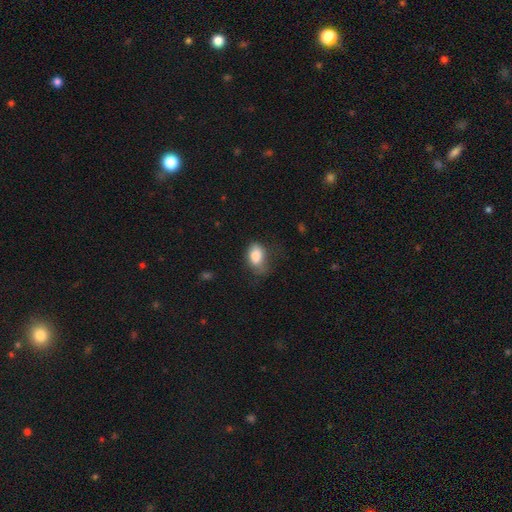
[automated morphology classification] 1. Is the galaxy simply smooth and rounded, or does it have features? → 82% smooth, 9% featured or disk, 8% star or artifact.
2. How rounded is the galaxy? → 82% in between, 16% round, 1% cigar-shaped.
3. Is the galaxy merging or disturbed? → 42% none, 35% minor disturbance, 21% major disturbance, 2% merger.